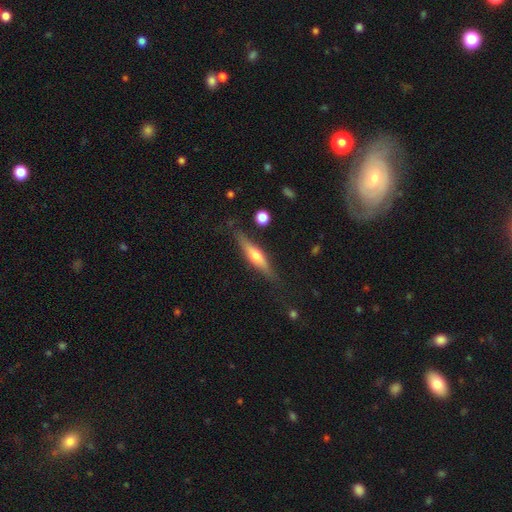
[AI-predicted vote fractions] Morphology: type=featured or disk (60%); edge-on=yes (95%); edge-on bulge=rounded (88%); merging=none (82%).